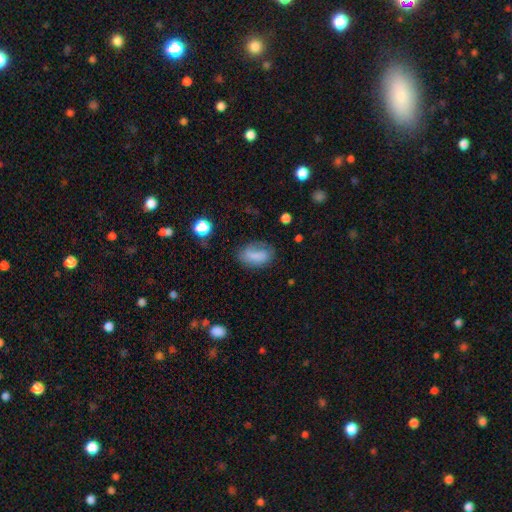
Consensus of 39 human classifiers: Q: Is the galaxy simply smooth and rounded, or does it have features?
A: smooth — 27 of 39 (69%).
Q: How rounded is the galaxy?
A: in between — 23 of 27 (85%).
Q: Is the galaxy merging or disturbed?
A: none — 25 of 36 (69%).